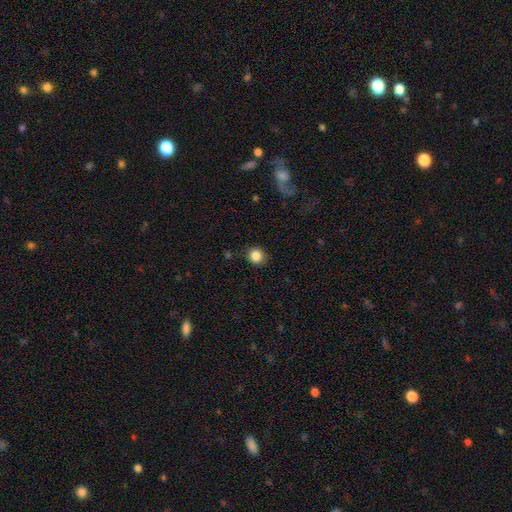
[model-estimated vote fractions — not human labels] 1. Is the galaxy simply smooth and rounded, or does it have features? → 85% smooth, 10% star or artifact, 4% featured or disk.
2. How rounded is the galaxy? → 89% round, 10% in between, 1% cigar-shaped.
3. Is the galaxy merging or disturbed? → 88% none, 9% minor disturbance, 3% major disturbance, 1% merger.